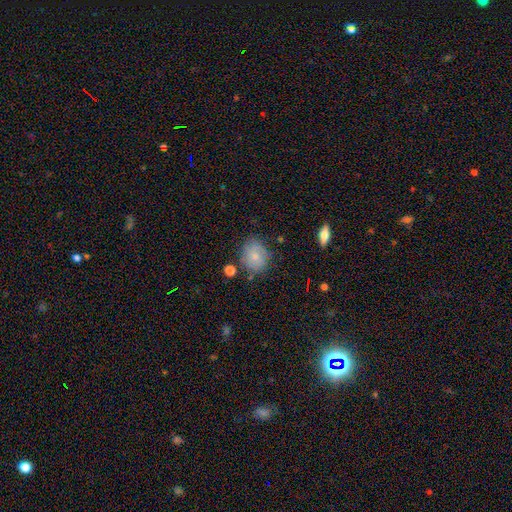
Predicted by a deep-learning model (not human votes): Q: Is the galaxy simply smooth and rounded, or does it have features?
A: smooth — 74%.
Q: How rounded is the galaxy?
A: round — 71%.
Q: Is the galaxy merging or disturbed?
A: none — 70%.